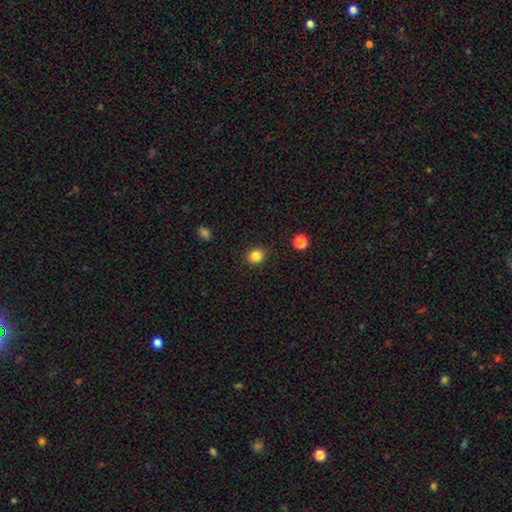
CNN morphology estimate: Q: Smooth or featured?
A: smooth (84%); runner-up: star or artifact (11%)
Q: How rounded?
A: round (77%); runner-up: in between (22%)
Q: Merging?
A: none (90%); runner-up: minor disturbance (7%)